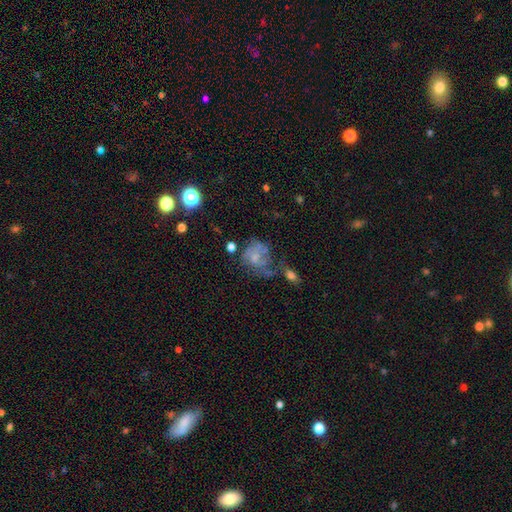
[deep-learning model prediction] smooth-or-featured: featured or disk: 45% | smooth: 40% | star or artifact: 14%
  merging: major disturbance: 34% | none: 30% | minor disturbance: 21% | merger: 14%